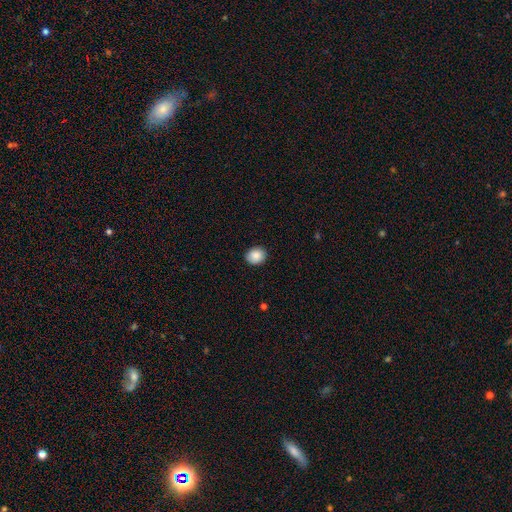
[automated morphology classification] This is clearly a smooth galaxy (88%). How rounded: likely round (71%). Merging: clearly none (89%).